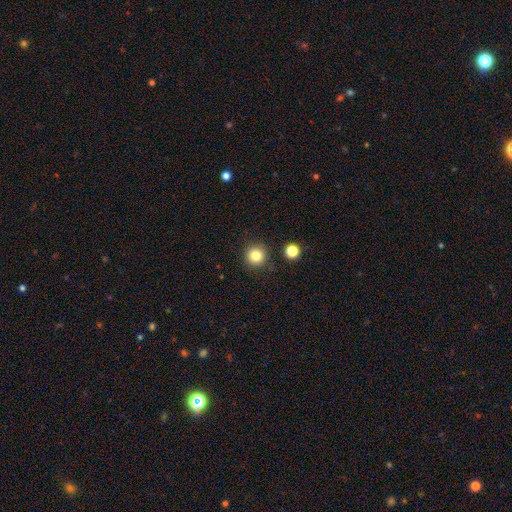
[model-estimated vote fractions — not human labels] The model was most divided on "smooth or featured": smooth: 83%, star or artifact: 12%, featured or disk: 5%. More confident: how rounded — round (95%); merging — none (88%).